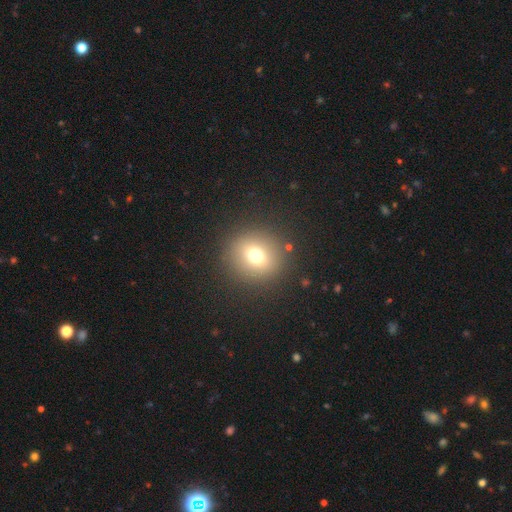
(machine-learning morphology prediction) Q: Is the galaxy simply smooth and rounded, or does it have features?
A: smooth — 71%.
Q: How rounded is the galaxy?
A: round — 86%.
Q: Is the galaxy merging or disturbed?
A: none — 88%.